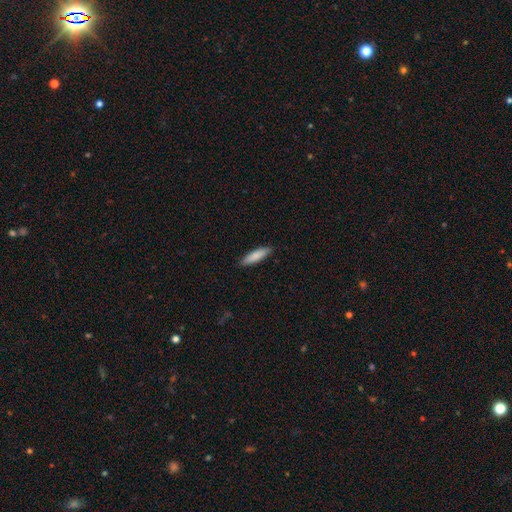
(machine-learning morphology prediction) type=smooth (84%); roundness=cigar-shaped (67%); merging=none (89%).